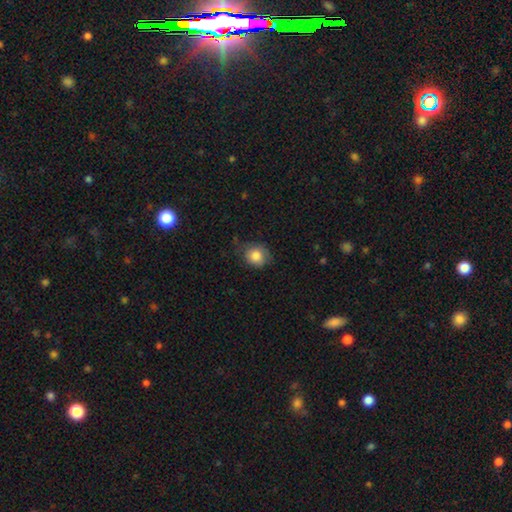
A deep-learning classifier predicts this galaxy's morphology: smooth-or-featured: smooth: 83% | featured or disk: 9% | star or artifact: 8%
  how-rounded: round: 66% | in between: 33% | cigar-shaped: 1%
  merging: none: 62% | minor disturbance: 29% | major disturbance: 8% | merger: 1%